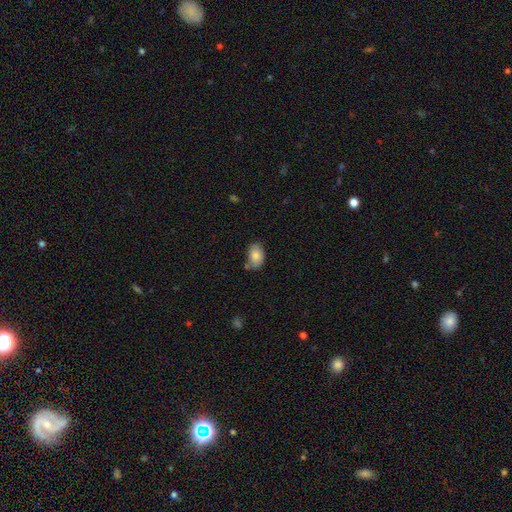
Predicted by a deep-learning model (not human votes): Smooth or featured? Predicted: smooth (p=0.84). How rounded? Predicted: in between (p=0.87). Merging? Predicted: none (p=0.62).